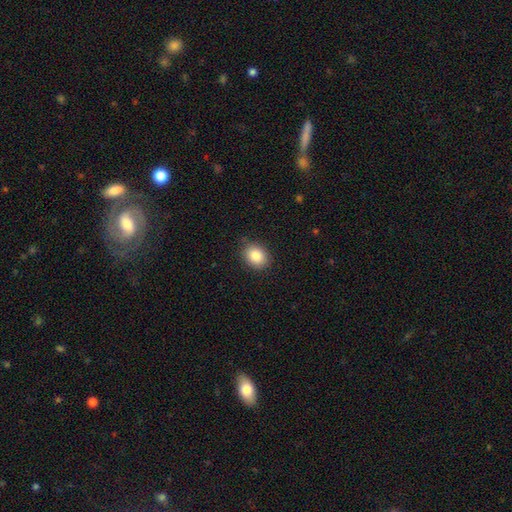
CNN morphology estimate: smooth-or-featured: smooth: 86% | star or artifact: 8% | featured or disk: 5%
  how-rounded: in between: 54% | round: 45% | cigar-shaped: 1%
  merging: none: 81% | minor disturbance: 15% | major disturbance: 3% | merger: 1%